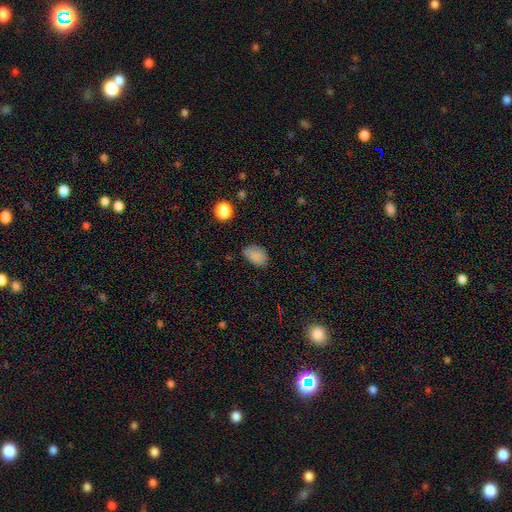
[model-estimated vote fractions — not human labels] smooth 84%, star or artifact 11%, featured or disk 6%. Down the decision tree: how rounded — in between (81%); merging — none (70%).